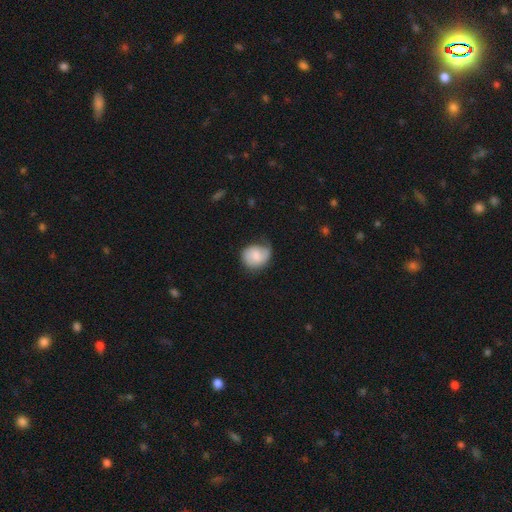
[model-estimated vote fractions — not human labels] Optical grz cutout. It shows a smooth galaxy with no disk features (51%) that is round (69%). Merging: none (55%).